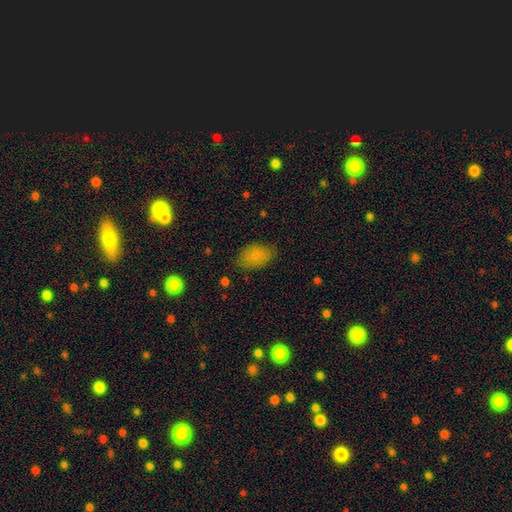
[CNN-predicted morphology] This appears to be a smooth galaxy with no disk features (83%) that is in between round and cigar-shaped (91%). Merging: none (78%).